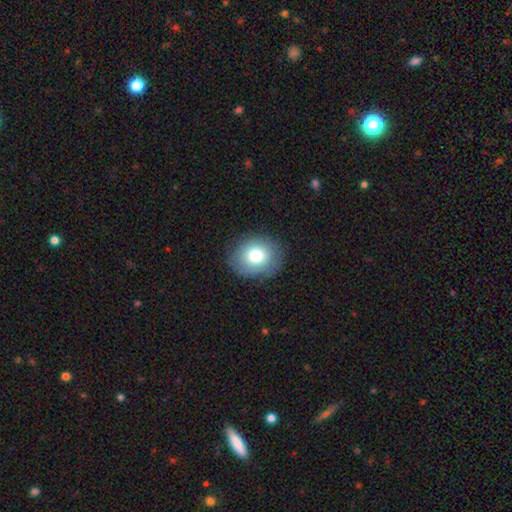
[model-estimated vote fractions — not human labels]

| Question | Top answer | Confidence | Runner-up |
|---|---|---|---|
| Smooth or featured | smooth | 75% | featured or disk (16%) |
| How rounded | round | 54% | in between (45%) |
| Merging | none | 80% | minor disturbance (14%) |